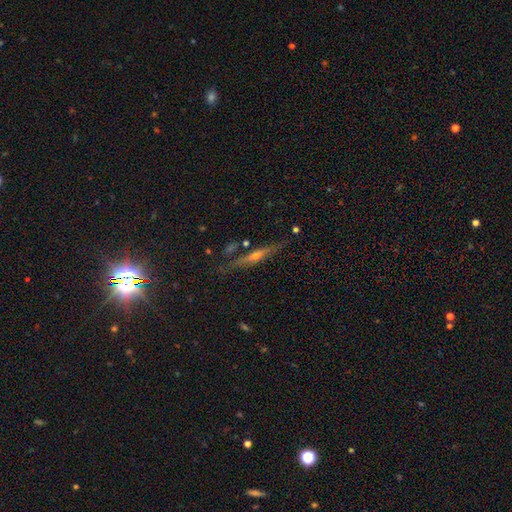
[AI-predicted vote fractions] Q: Smooth or featured?
A: featured or disk (71%); runner-up: smooth (20%)
Q: Edge-on disk?
A: yes (94%); runner-up: no (6%)
Q: Edge-on bulge?
A: rounded (81%); runner-up: none (15%)
Q: Merging?
A: none (80%); runner-up: minor disturbance (13%)